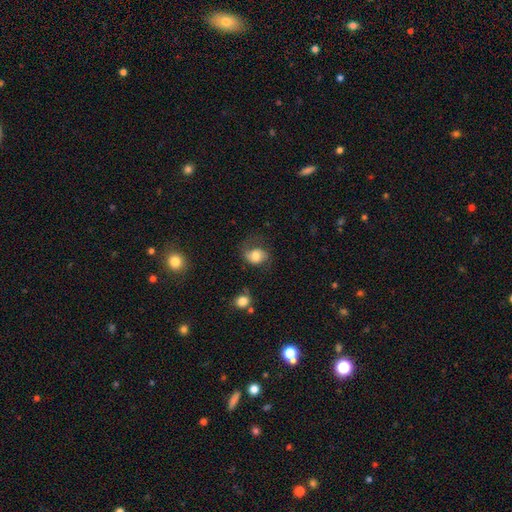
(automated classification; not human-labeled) Smooth or featured? Predicted: smooth (p=0.59). How rounded? Predicted: round (p=0.51). Merging? Predicted: none (p=0.45).